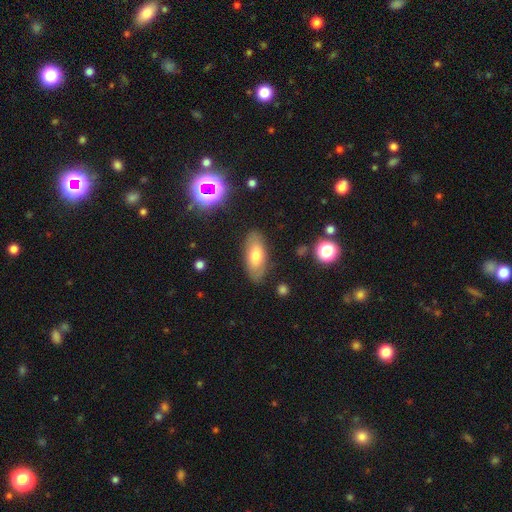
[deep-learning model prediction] A smooth galaxy with no disk features (67%) that is in between round and cigar-shaped (85%).

Vote fractions:
- Smooth or featured? smooth: 67% / featured or disk: 25% / star or artifact: 8%
- How rounded? in between: 85% / cigar-shaped: 12% / round: 3%
- Merging? none: 84% / minor disturbance: 12% / major disturbance: 3% / merger: 2%